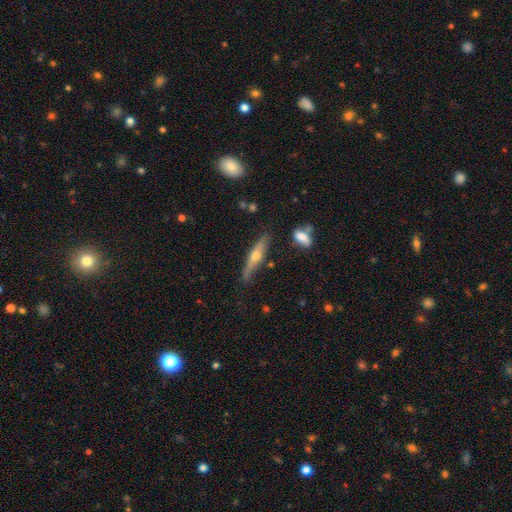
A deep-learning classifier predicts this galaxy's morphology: smooth_or_featured: featured or disk (p=0.62) [alt: smooth p=0.31]
disk_edge_on: yes (p=0.92) [alt: no p=0.08]
edge_on_bulge: rounded (p=0.91) [alt: none p=0.06]
merging: none (p=0.73) [alt: minor disturbance p=0.19]